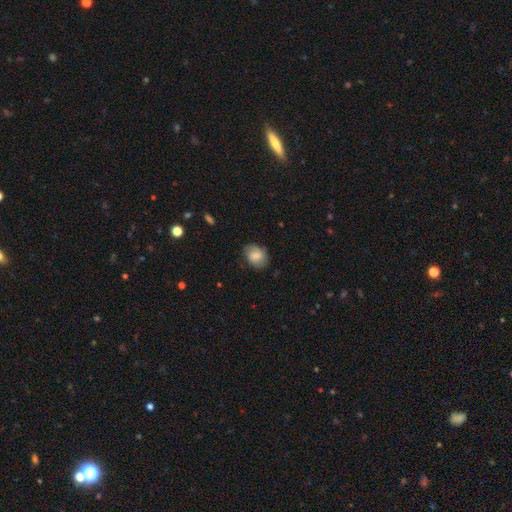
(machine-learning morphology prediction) This appears to be a smooth galaxy with no disk features (70%) that is in between round and cigar-shaped (58%). Merging: none (74%).